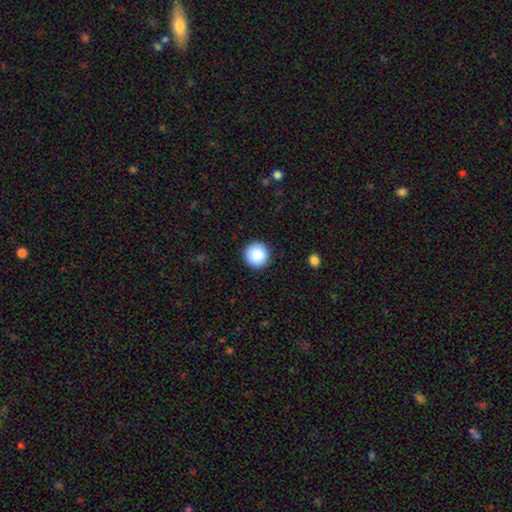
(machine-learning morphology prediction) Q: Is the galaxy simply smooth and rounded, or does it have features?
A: smooth — 86%.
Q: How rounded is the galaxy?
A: round — 96%.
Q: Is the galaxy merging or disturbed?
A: none — 92%.